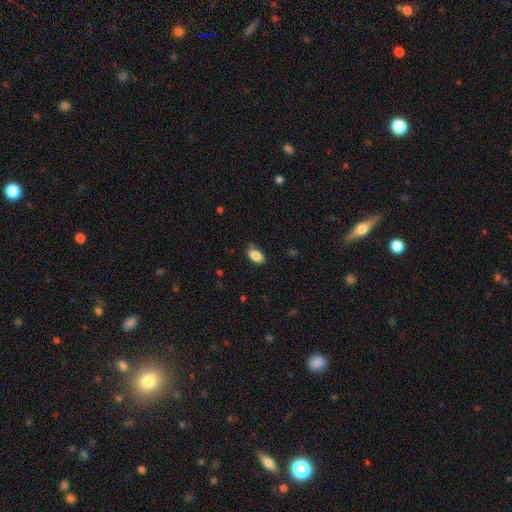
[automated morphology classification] A smooth galaxy with no disk features (87%) that is in between round and cigar-shaped (92%). Merging: none (77%).